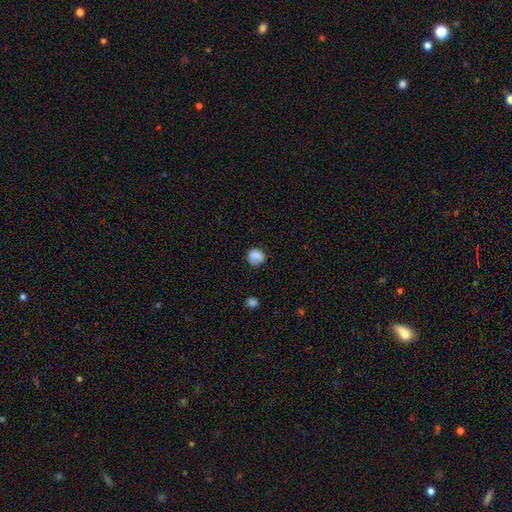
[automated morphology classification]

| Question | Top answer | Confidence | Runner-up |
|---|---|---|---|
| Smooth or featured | smooth | 83% | star or artifact (9%) |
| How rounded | round | 76% | in between (23%) |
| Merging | none | 68% | minor disturbance (23%) |